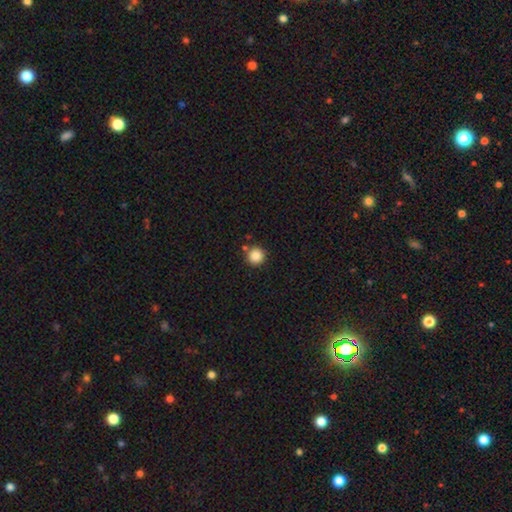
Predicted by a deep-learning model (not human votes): Smooth or featured: smooth — 87% (star or artifact — 10%)
How rounded: round — 95% (in between — 4%)
Merging: none — 83% (minor disturbance — 8%)